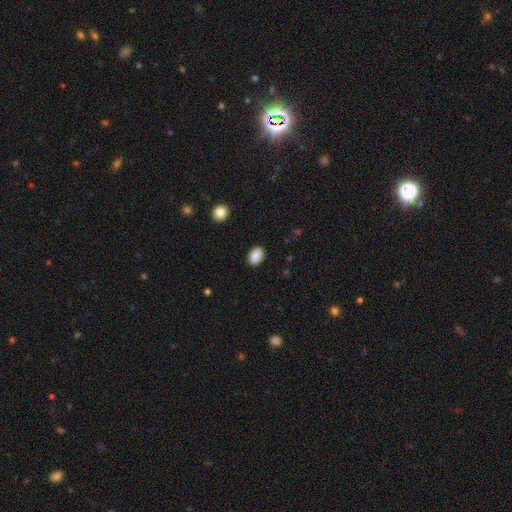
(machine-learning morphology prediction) This appears to be a smooth galaxy with no disk features (90%) that is in between round and cigar-shaped (84%). Merging: none (88%).